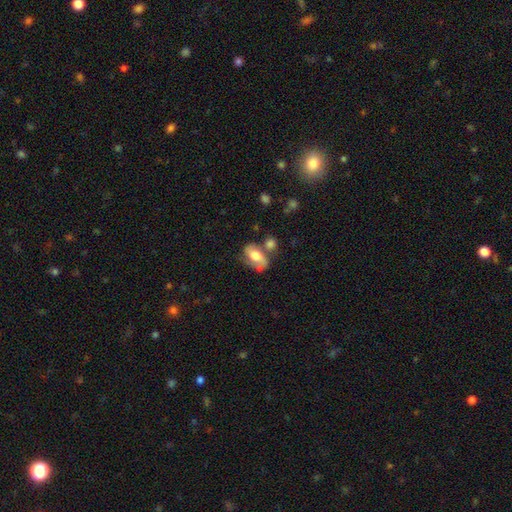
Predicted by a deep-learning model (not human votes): smooth 48%, featured or disk 44%, star or artifact 8%. Down the decision tree: merging — none (48%).